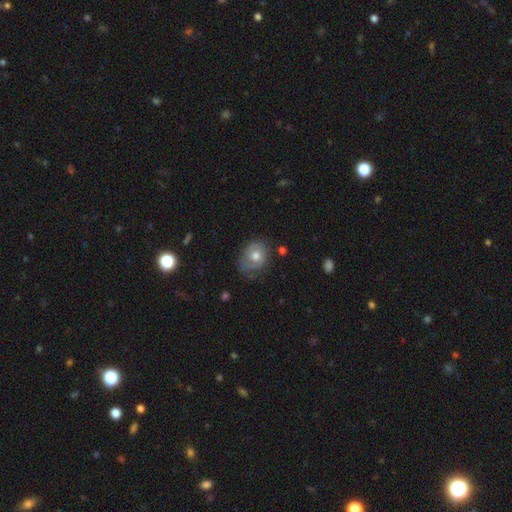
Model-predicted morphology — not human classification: Overall: smooth (54%; featured or disk 37%). How rounded: round (50%; in between 49%). Merging: none (59%; minor disturbance 28%).